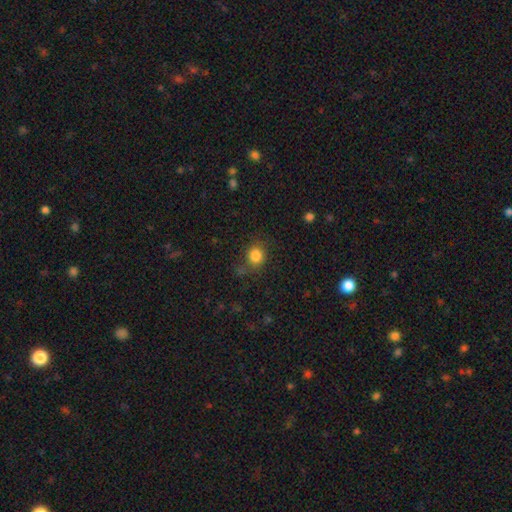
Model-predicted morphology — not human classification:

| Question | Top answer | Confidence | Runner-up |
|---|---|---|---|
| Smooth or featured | smooth | 84% | star or artifact (11%) |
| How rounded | round | 82% | in between (17%) |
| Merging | none | 76% | minor disturbance (14%) |